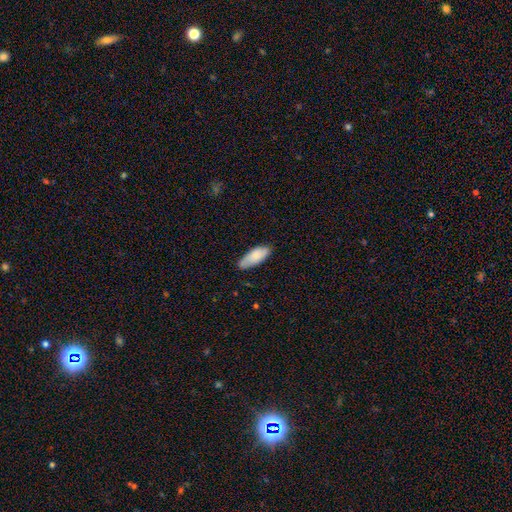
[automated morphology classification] type=smooth (83%); roundness=in between (77%); merging=none (74%).